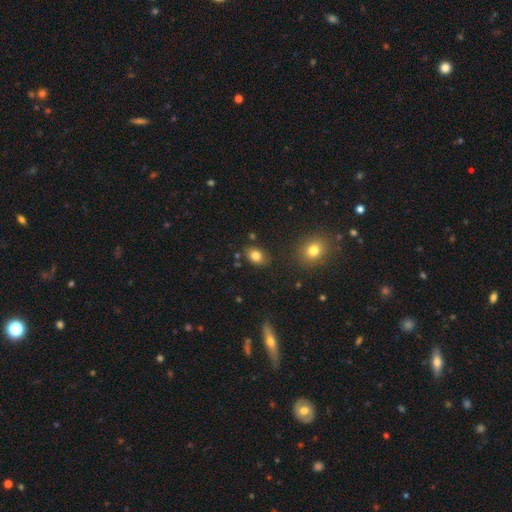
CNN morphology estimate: smooth 82%, star or artifact 10%, featured or disk 8%. Down the decision tree: how rounded — in between (72%); merging — none (83%).